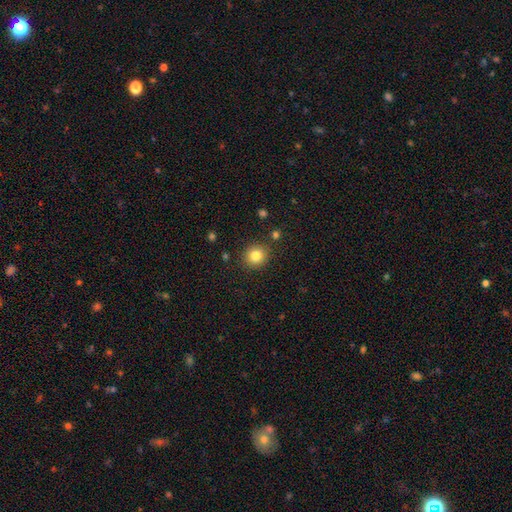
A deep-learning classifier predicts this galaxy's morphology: The model was most divided on "smooth or featured": smooth: 83%, star or artifact: 11%, featured or disk: 6%. More confident: merging — none (88%); how rounded — round (86%).